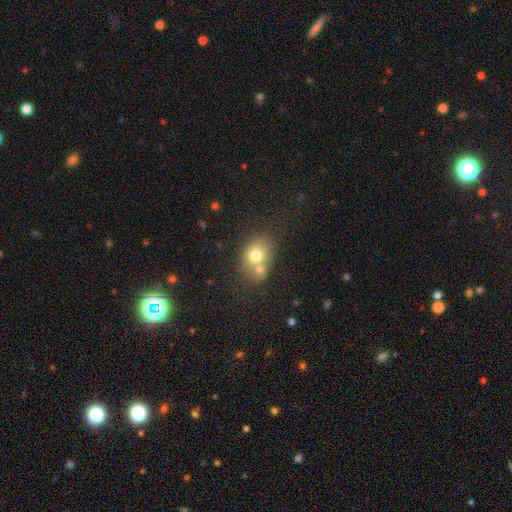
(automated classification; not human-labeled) Smooth or featured? Predicted: smooth (p=0.71). How rounded? Predicted: in between (p=0.58). Merging? Predicted: merger (p=0.43).